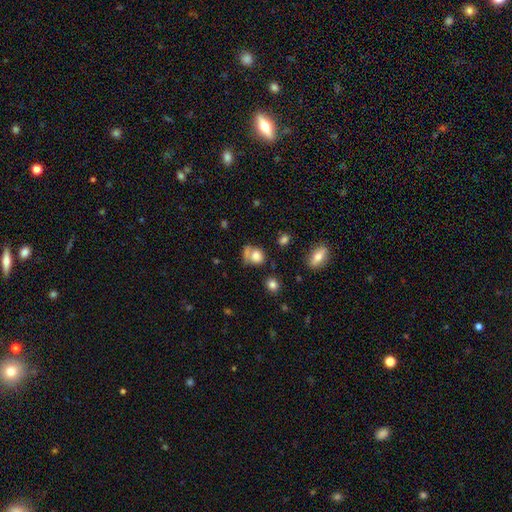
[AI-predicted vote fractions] Smooth or featured? smooth (75%)
How rounded? round (59%)
Merging? none (42%)